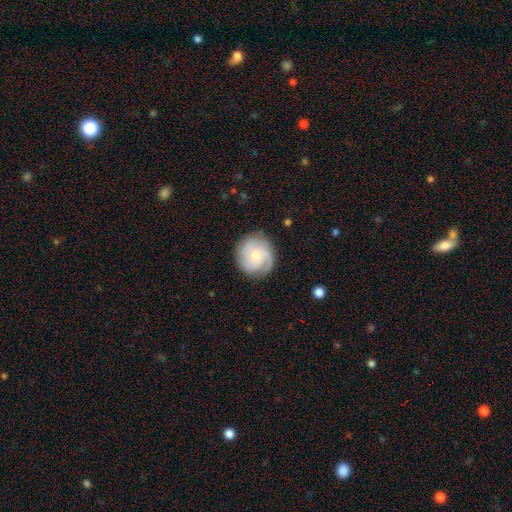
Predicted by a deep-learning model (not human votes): Smooth or featured: featured or disk — 69% (smooth — 24%)
Edge-on disk: no — 98% (yes — 2%)
Bar: no — 73% (weak — 24%)
Spiral arms: yes — 94% (no — 6%)
Spiral winding: tight — 54% (medium — 35%)
Spiral arm count: 3 — 34% (2 — 24%)
Bulge size: small — 57% (moderate — 38%)
Merging: none — 80% (minor disturbance — 14%)